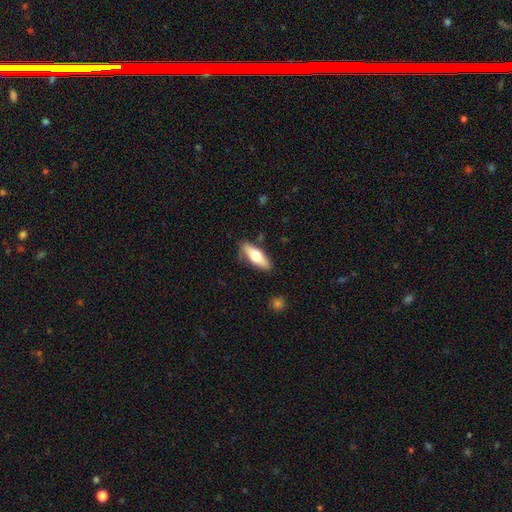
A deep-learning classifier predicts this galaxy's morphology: The model was most divided on "how rounded": in between: 56%, cigar-shaped: 41%, round: 3%. More confident: merging — none (82%); smooth or featured — smooth (59%).